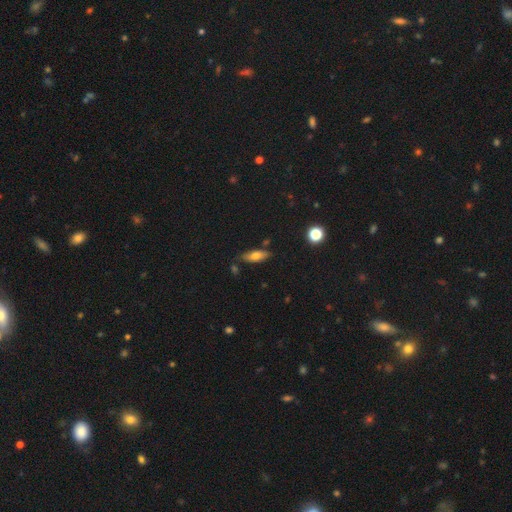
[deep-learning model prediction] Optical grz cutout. It shows a smooth galaxy with no disk features (66%) that is in between round and cigar-shaped (66%). Merging: none (77%).